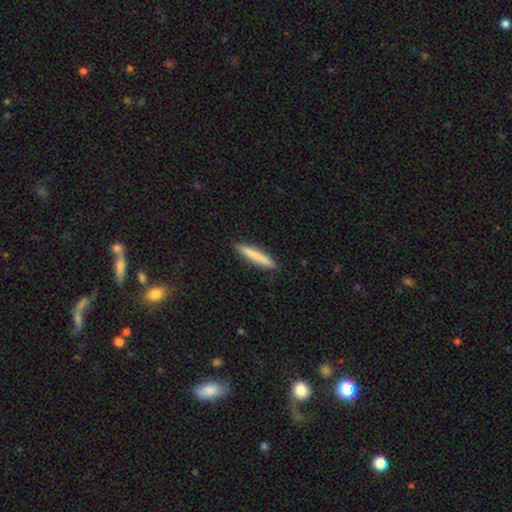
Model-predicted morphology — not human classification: smooth 78%, featured or disk 16%, star or artifact 6%. Down the decision tree: how rounded — cigar-shaped (93%); merging — none (90%).